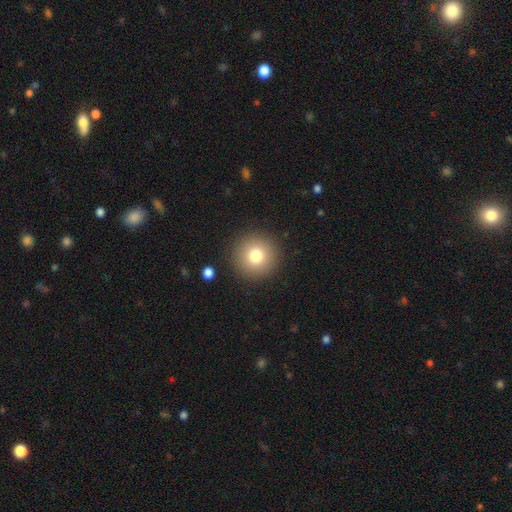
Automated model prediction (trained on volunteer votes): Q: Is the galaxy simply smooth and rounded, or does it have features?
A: smooth — 78%.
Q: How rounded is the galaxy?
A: round — 96%.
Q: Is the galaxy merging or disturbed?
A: none — 91%.